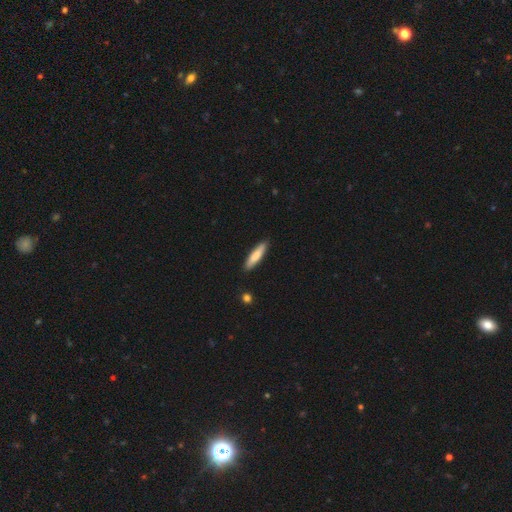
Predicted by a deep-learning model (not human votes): Morphology: type=smooth (80%); roundness=cigar-shaped (81%); merging=none (89%).